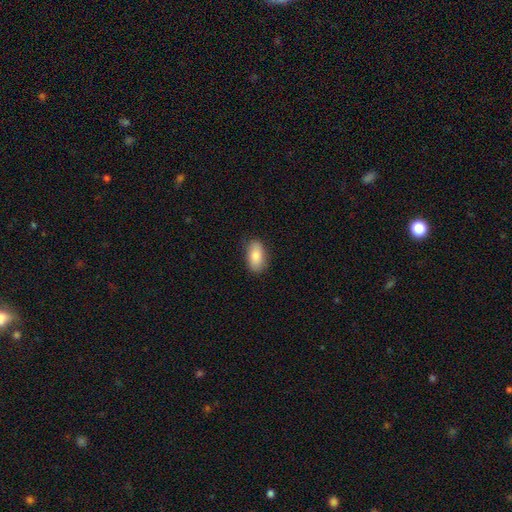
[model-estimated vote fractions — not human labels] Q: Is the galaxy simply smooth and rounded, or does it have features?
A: smooth — 84%.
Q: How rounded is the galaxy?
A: in between — 93%.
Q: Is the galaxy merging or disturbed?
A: none — 83%.